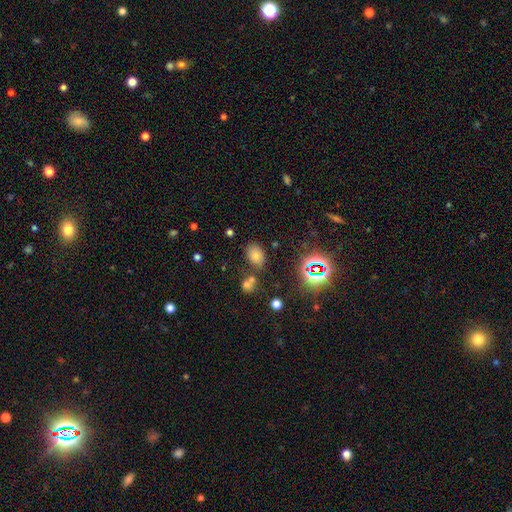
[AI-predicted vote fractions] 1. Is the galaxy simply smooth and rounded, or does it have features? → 68% smooth, 22% star or artifact, 10% featured or disk.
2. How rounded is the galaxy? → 82% in between, 17% round, 1% cigar-shaped.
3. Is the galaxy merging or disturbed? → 73% none, 13% minor disturbance, 10% merger, 4% major disturbance.